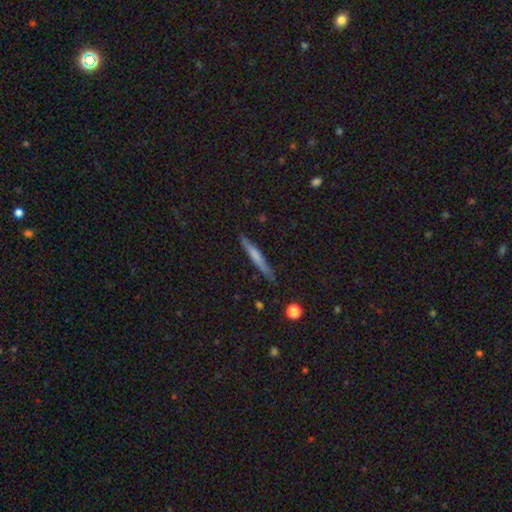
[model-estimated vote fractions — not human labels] Morphology: type=smooth (57%); roundness=cigar-shaped (95%); merging=none (88%).